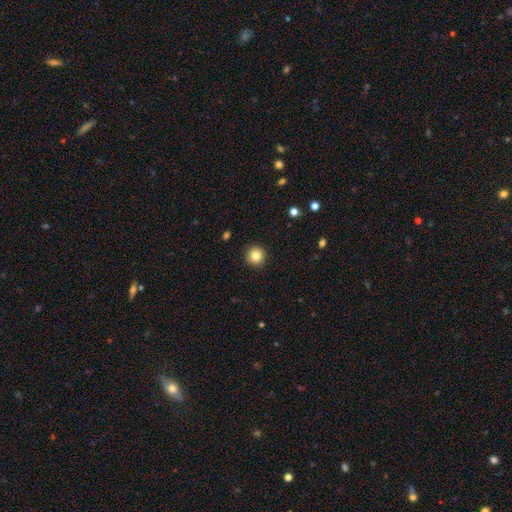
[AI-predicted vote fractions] A smooth galaxy with no disk features (84%) that is round (95%). Merging: none (92%).